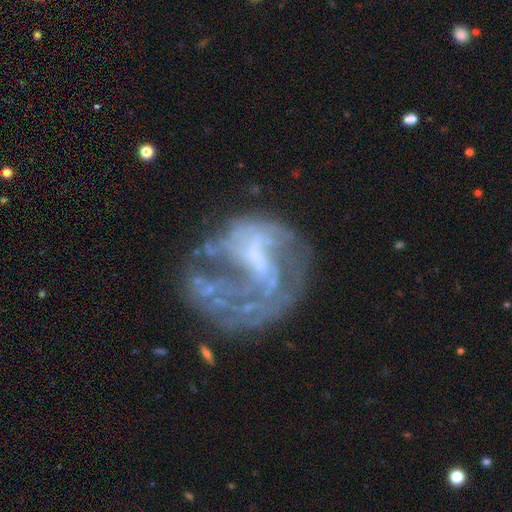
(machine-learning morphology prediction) This appears to be a featured or disk galaxy (75%) with no bar (52%), spiral arms (53%) and no central bulge (54%). Merging: none (43%).